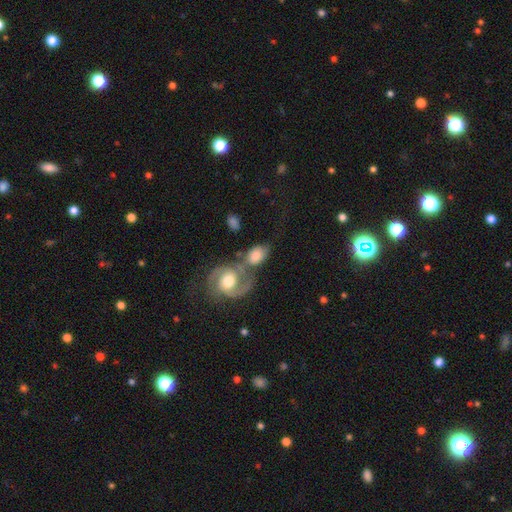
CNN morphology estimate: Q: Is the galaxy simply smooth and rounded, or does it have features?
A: featured or disk — 49%.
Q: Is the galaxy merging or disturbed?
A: merger — 48%.